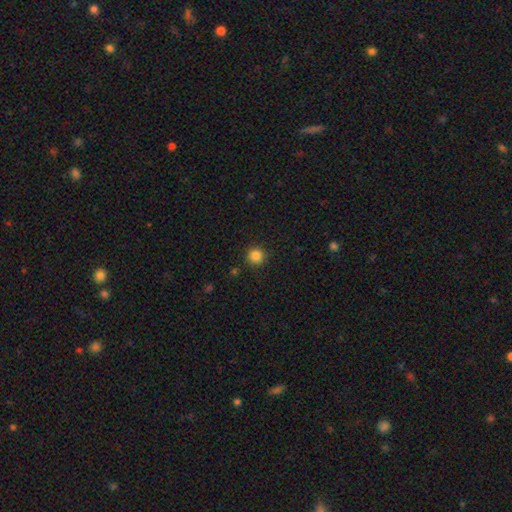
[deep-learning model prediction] smooth-or-featured: smooth: 84% | star or artifact: 12% | featured or disk: 4%
  how-rounded: round: 94% | in between: 5% | cigar-shaped: 1%
  merging: none: 90% | minor disturbance: 6% | major disturbance: 2% | merger: 1%